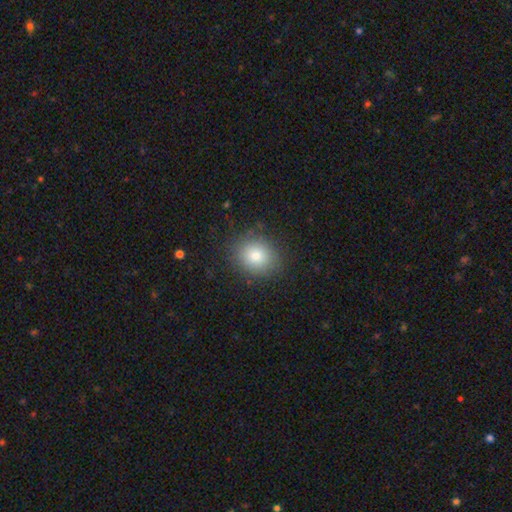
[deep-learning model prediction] Overall: smooth (80%). How rounded: round (72%). Merging: none (86%).